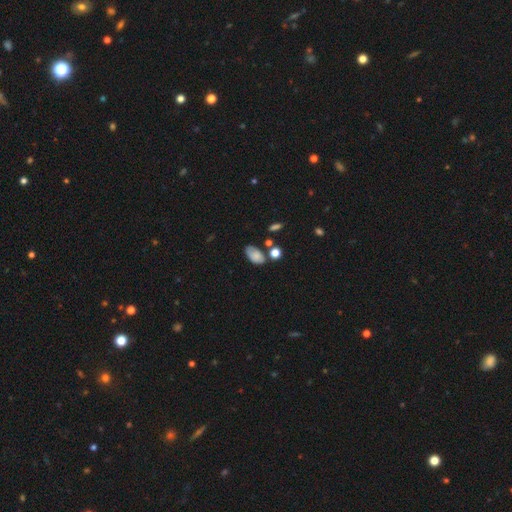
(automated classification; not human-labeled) smooth_or_featured: smooth (p=0.73) [alt: featured or disk p=0.16]
how_rounded: in between (p=0.91) [alt: round p=0.07]
merging: none (p=0.54) [alt: minor disturbance p=0.26]